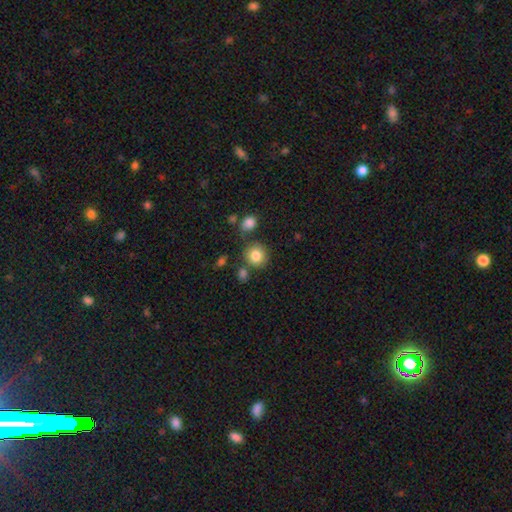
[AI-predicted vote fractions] The model was most divided on "merging": none: 77%, minor disturbance: 11%, merger: 9%, major disturbance: 3%. More confident: how rounded — round (88%); smooth or featured — smooth (83%).